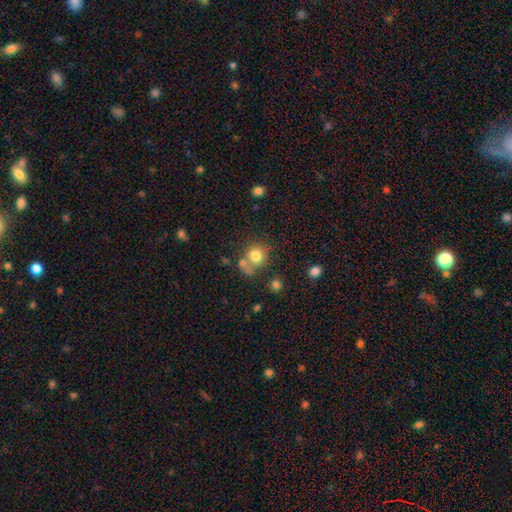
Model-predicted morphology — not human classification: type=smooth (78%); roundness=round (82%); merging=none (55%).